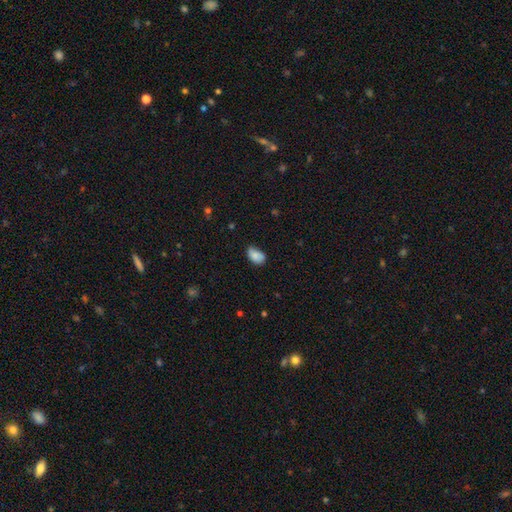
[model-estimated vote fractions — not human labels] Q: Smooth or featured?
A: smooth (83%); runner-up: featured or disk (9%)
Q: How rounded?
A: in between (90%); runner-up: round (9%)
Q: Merging?
A: none (59%); runner-up: minor disturbance (31%)